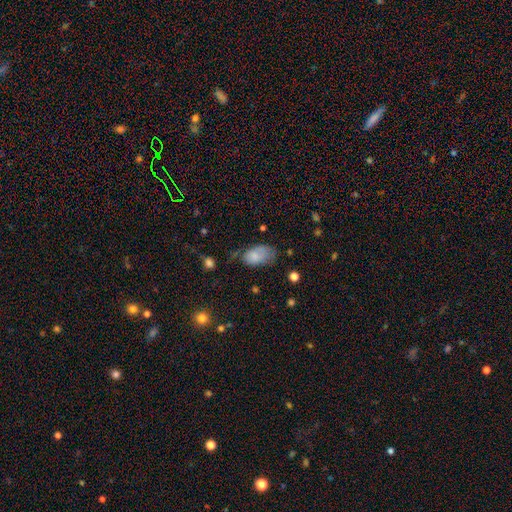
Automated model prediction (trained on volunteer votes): smooth-or-featured: smooth: 80% | featured or disk: 12% | star or artifact: 8%
  how-rounded: in between: 92% | round: 6% | cigar-shaped: 2%
  merging: none: 40% | minor disturbance: 37% | major disturbance: 19% | merger: 4%